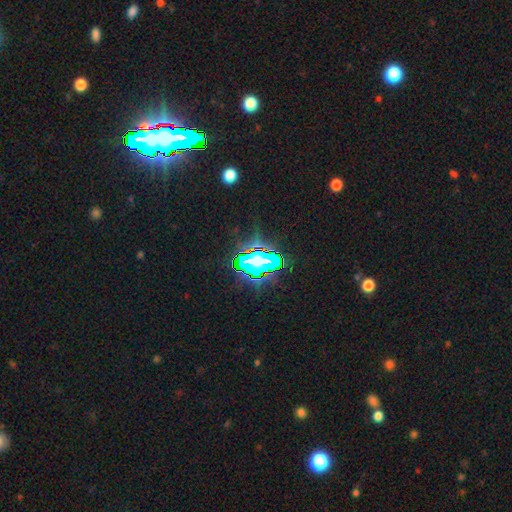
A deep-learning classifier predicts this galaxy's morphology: star or artifact 72%, featured or disk 14%, smooth 14%.